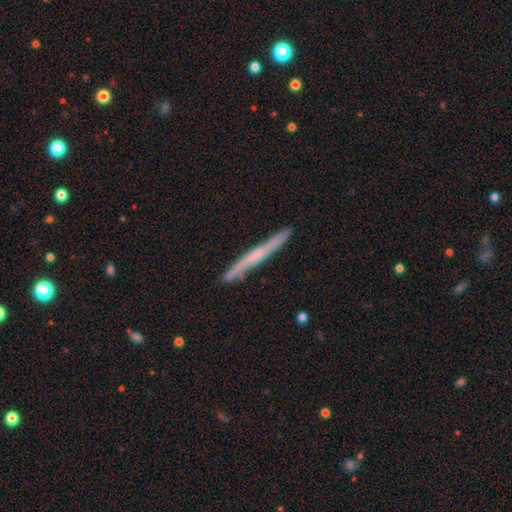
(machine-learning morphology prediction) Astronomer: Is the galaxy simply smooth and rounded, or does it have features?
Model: featured or disk — 58% (runner-up: smooth, 36%).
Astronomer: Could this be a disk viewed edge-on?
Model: yes — 94%.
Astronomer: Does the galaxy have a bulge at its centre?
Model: none — 63%.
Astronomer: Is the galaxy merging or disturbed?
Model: none — 87%.